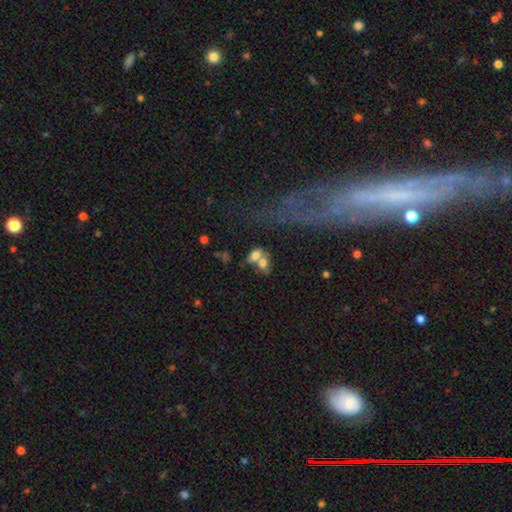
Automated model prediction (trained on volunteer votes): A smooth galaxy with no disk features (70%) that is in between round and cigar-shaped (80%). Merging: merger (60%).